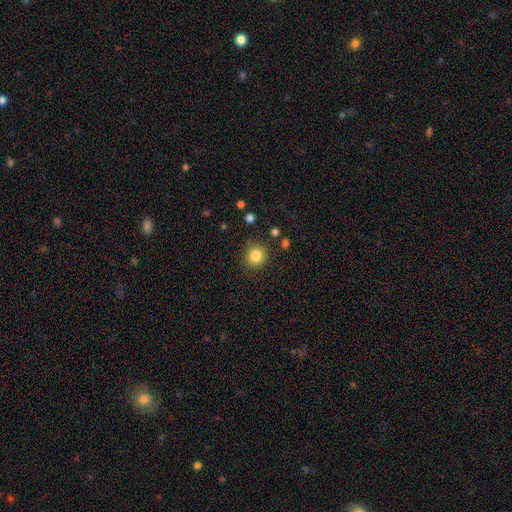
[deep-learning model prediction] A smooth galaxy with no disk features (85%) that is round (89%). Merging: none (86%).